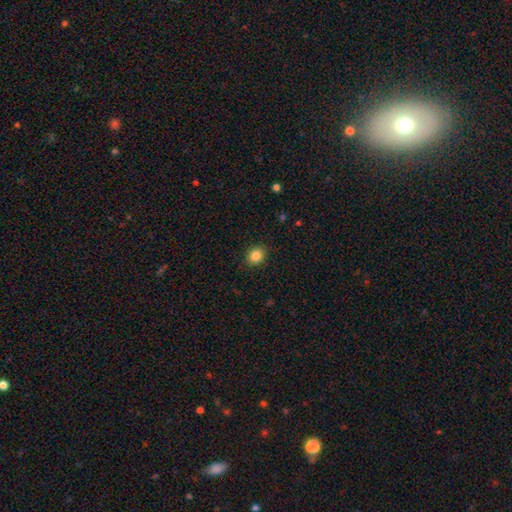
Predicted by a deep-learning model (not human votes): Smooth or featured: smooth — 86% (star or artifact — 10%)
How rounded: round — 60% (in between — 39%)
Merging: none — 89% (minor disturbance — 8%)